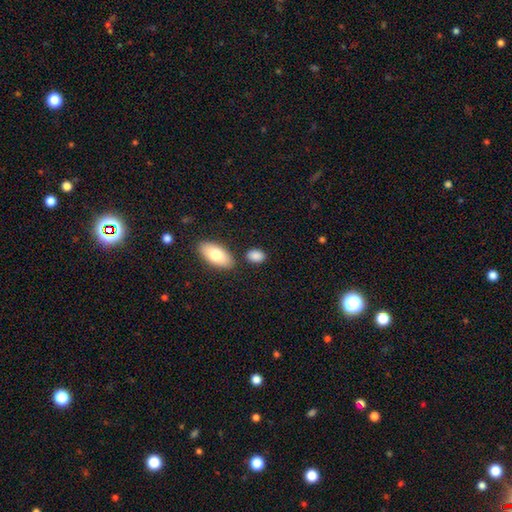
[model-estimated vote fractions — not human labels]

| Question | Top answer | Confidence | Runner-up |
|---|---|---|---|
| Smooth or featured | smooth | 86% | star or artifact (7%) |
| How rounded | in between | 83% | round (15%) |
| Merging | none | 76% | minor disturbance (12%) |